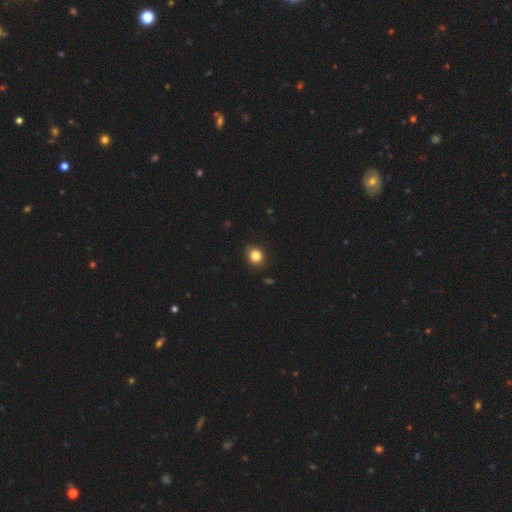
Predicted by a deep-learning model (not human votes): smooth-or-featured: smooth: 85% | star or artifact: 11% | featured or disk: 4%
  how-rounded: round: 83% | in between: 16% | cigar-shaped: 1%
  merging: none: 88% | minor disturbance: 9% | major disturbance: 2% | merger: 1%